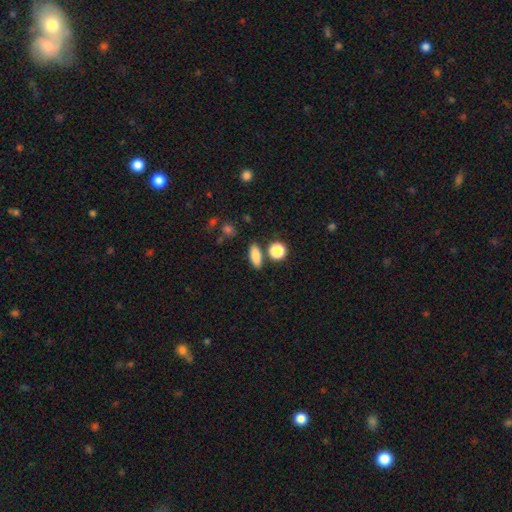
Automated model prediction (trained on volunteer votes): Q: Smooth or featured?
A: smooth (82%); runner-up: star or artifact (10%)
Q: How rounded?
A: in between (65%); runner-up: cigar-shaped (22%)
Q: Merging?
A: none (80%); runner-up: minor disturbance (10%)